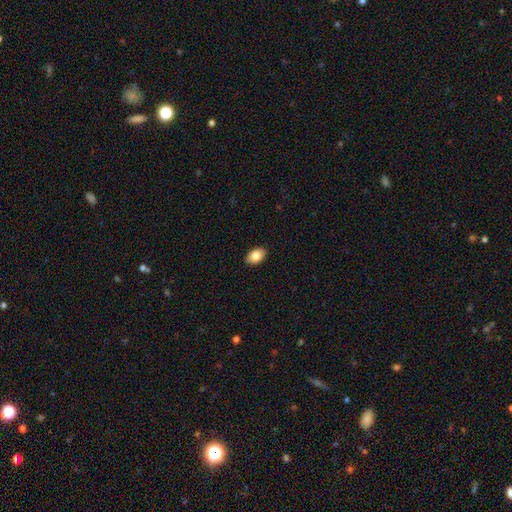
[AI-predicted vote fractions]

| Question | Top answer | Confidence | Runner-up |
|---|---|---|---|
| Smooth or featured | smooth | 85% | featured or disk (8%) |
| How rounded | in between | 89% | round (10%) |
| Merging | none | 90% | minor disturbance (7%) |